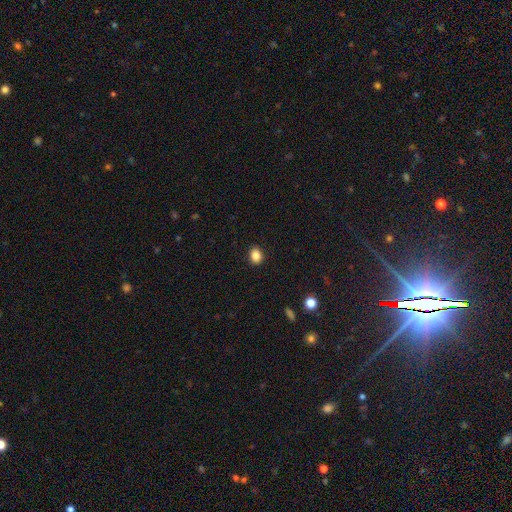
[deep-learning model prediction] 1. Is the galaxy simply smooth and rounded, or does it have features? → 86% smooth, 10% star or artifact, 4% featured or disk.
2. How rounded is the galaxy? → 61% in between, 38% round, 1% cigar-shaped.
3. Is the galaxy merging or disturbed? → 90% none, 7% minor disturbance, 2% major disturbance, 1% merger.